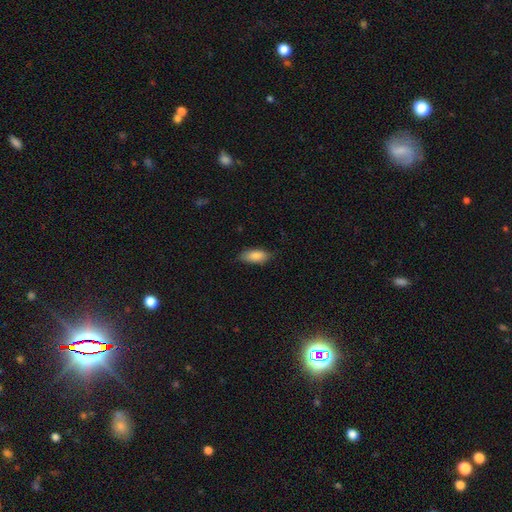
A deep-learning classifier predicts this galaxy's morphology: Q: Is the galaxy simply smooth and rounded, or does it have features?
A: smooth — 86%.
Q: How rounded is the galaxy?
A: in between — 81%.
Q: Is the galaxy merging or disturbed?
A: none — 77%.